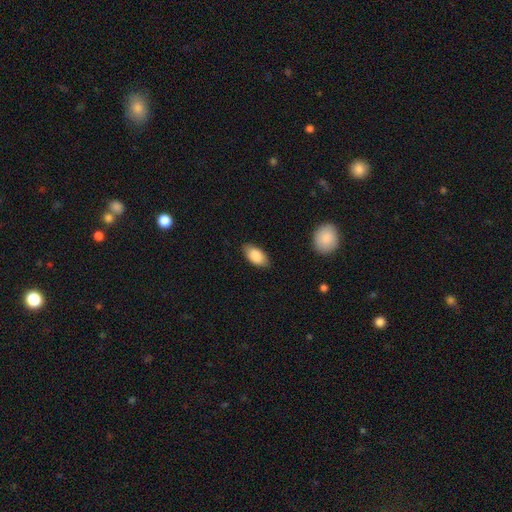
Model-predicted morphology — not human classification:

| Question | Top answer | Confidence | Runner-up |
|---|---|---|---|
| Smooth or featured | smooth | 88% | featured or disk (6%) |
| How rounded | in between | 93% | cigar-shaped (4%) |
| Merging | none | 83% | minor disturbance (13%) |